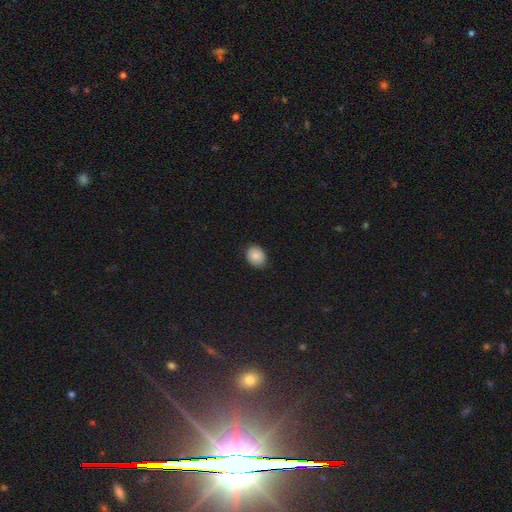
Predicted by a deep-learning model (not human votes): A smooth galaxy with no disk features (87%) that is in between round and cigar-shaped (51%).

Vote fractions:
- Smooth or featured? smooth: 87% / star or artifact: 8% / featured or disk: 5%
- How rounded? in between: 51% / round: 49% / cigar-shaped: 1%
- Merging? none: 85% / minor disturbance: 11% / major disturbance: 2% / merger: 1%